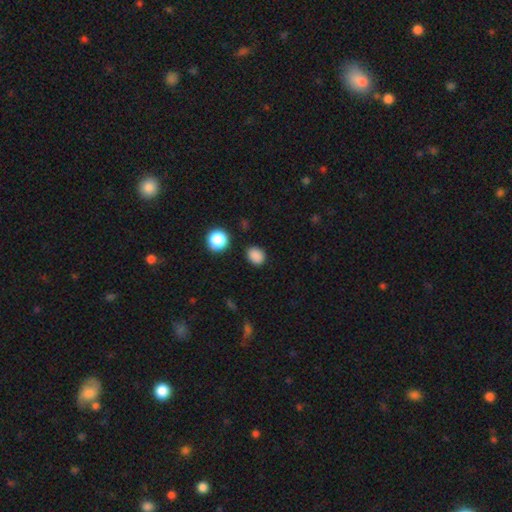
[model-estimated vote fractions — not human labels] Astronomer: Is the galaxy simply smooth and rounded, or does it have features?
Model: smooth — 85%.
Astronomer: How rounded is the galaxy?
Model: round — 60% (runner-up: in between, 39%).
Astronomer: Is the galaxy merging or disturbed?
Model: none — 85%.